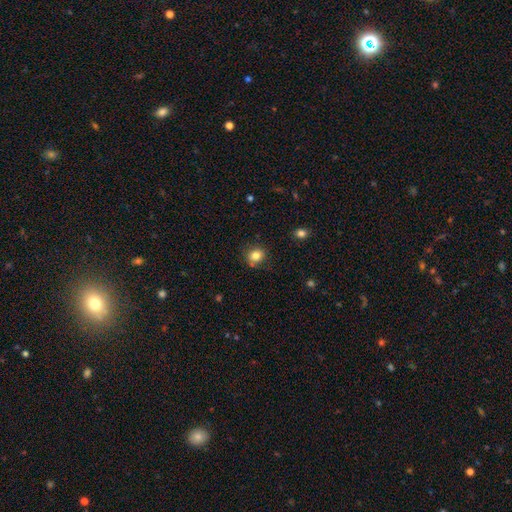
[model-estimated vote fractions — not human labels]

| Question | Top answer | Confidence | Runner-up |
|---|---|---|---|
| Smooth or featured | smooth | 82% | star or artifact (12%) |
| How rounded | round | 80% | in between (19%) |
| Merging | none | 80% | minor disturbance (13%) |